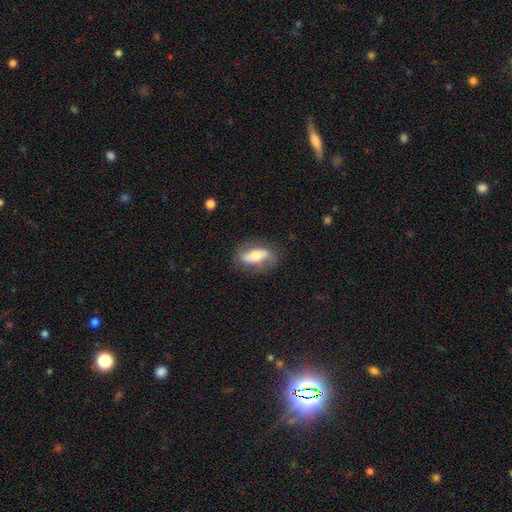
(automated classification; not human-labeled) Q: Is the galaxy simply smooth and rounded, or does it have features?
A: featured or disk — 52%.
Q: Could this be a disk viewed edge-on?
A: no — 78%.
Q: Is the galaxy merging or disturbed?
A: none — 76%.